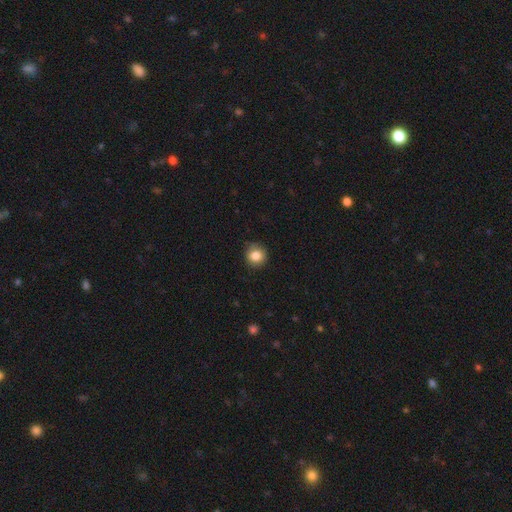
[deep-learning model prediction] This is clearly a smooth galaxy (84%). How rounded: clearly round (92%). Merging: clearly none (85%).